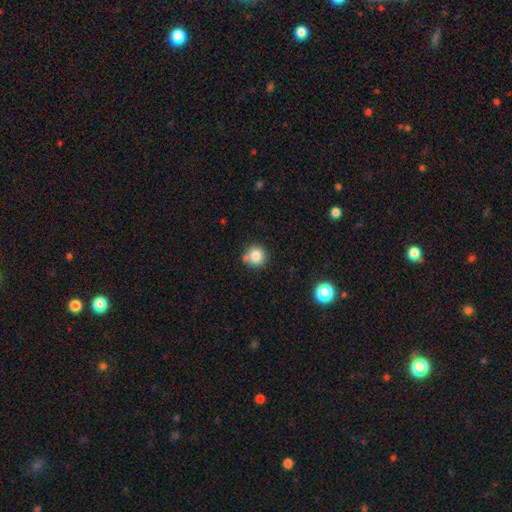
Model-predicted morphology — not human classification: Smooth or featured?
  - smooth: 82% *
  - star or artifact: 10%
  - featured or disk: 8%
How rounded?
  - round: 94% *
  - in between: 5%
  - cigar-shaped: 1%
Merging?
  - none: 71% *
  - merger: 15%
  - minor disturbance: 12%
  - major disturbance: 3%